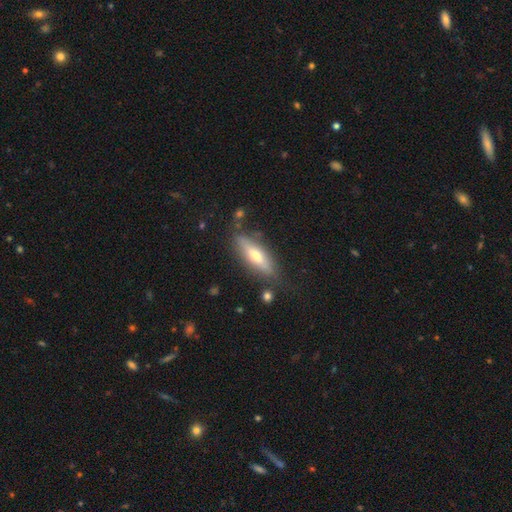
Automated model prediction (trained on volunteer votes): A featured or disk galaxy (47%). Merging: none (78%).